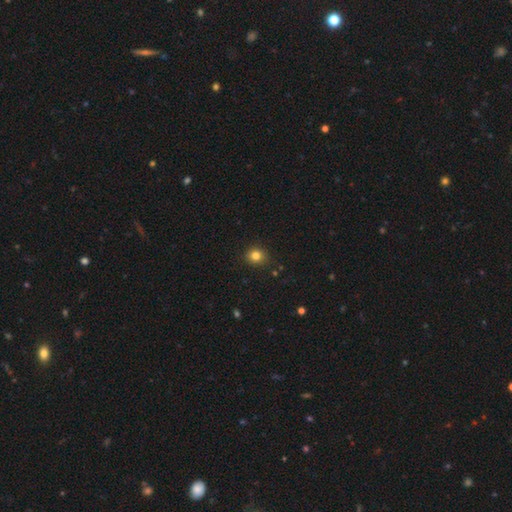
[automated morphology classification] Smooth or featured?
  - smooth: 81% *
  - star or artifact: 13%
  - featured or disk: 6%
How rounded?
  - round: 84% *
  - in between: 16%
  - cigar-shaped: 1%
Merging?
  - none: 90% *
  - minor disturbance: 7%
  - major disturbance: 2%
  - merger: 1%